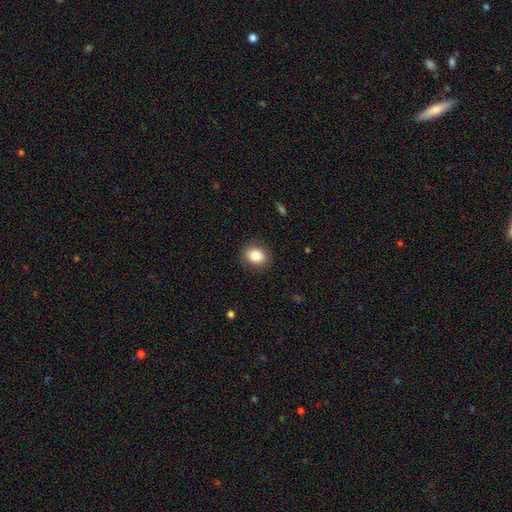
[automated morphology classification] A smooth galaxy with no disk features (83%) that is round (51%).

Vote fractions:
- Smooth or featured? smooth: 83% / star or artifact: 9% / featured or disk: 7%
- How rounded? round: 51% / in between: 48% / cigar-shaped: 1%
- Merging? none: 88% / minor disturbance: 8% / major disturbance: 3% / merger: 1%